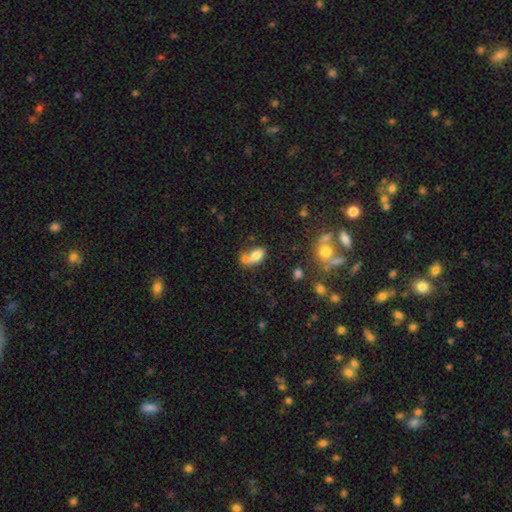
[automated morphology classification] The model was most divided on "merging": merger: 52%, none: 29%, minor disturbance: 12%, major disturbance: 7%. More confident: how rounded — in between (85%); smooth or featured — smooth (76%).